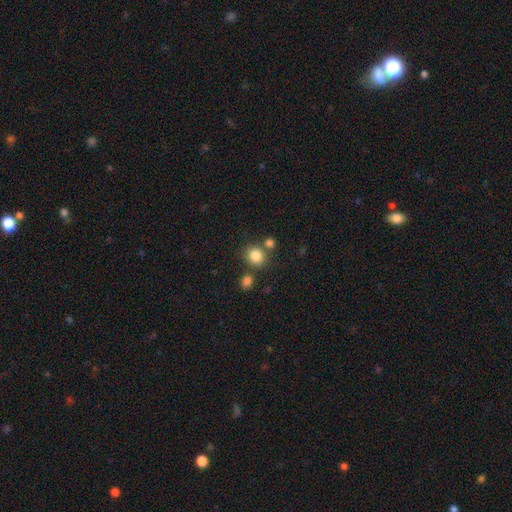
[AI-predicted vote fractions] A smooth galaxy with no disk features (83%) that is round (76%).

Vote fractions:
- Smooth or featured? smooth: 83% / star or artifact: 11% / featured or disk: 6%
- How rounded? round: 76% / in between: 23% / cigar-shaped: 1%
- Merging? none: 71% / merger: 15% / minor disturbance: 10% / major disturbance: 4%